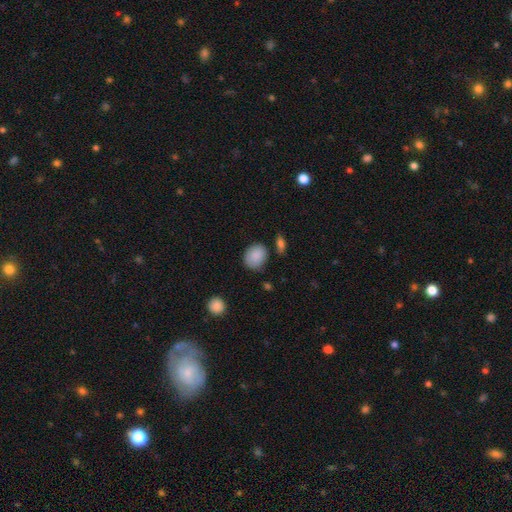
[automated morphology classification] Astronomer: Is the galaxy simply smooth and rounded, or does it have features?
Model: smooth — 88%.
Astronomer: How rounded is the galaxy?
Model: round — 56% (runner-up: in between, 43%).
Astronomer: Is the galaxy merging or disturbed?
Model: none — 74%.